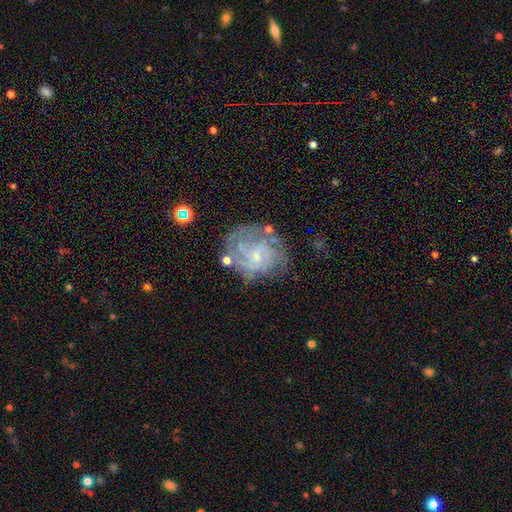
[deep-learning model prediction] smooth_or_featured: featured or disk (p=0.73) [alt: smooth p=0.17]
disk_edge_on: no (p=0.98) [alt: yes p=0.02]
bar: no (p=0.62) [alt: weak p=0.33]
has_spiral_arms: yes (p=0.80) [alt: no p=0.20]
spiral_winding: tight (p=0.48) [alt: medium p=0.36]
spiral_arm_count: can't tell (p=0.47) [alt: 3 p=0.15]
bulge_size: small (p=0.70) [alt: moderate p=0.16]
merging: none (p=0.60) [alt: minor disturbance p=0.21]